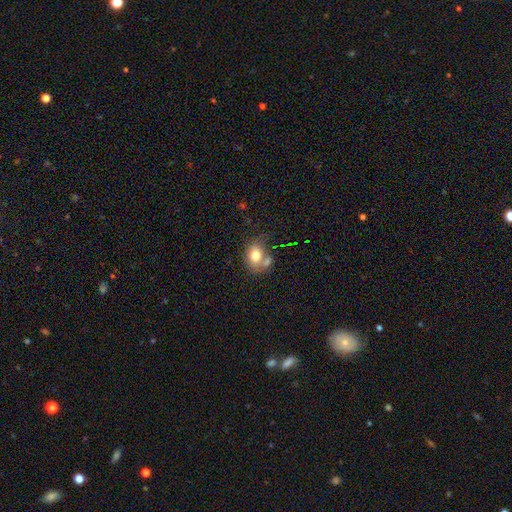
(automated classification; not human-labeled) A smooth galaxy with no disk features (75%) that is in between round and cigar-shaped (60%).

Vote fractions:
- Smooth or featured? smooth: 75% / featured or disk: 16% / star or artifact: 9%
- How rounded? in between: 60% / round: 39% / cigar-shaped: 1%
- Merging? none: 44% / merger: 32% / minor disturbance: 17% / major disturbance: 7%